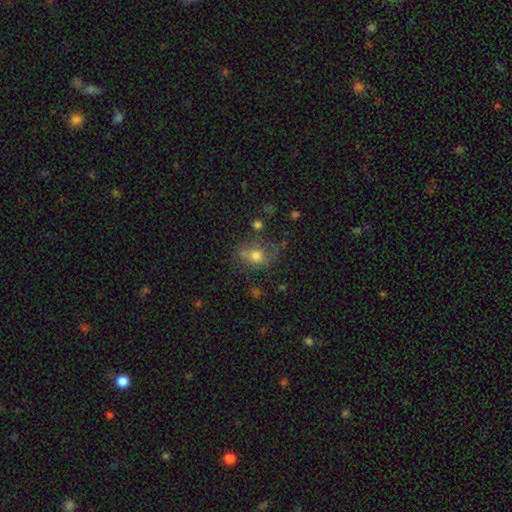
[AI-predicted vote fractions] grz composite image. It shows a smooth galaxy with no disk features (61%) that is in between round and cigar-shaped (63%). Merging: none (55%).